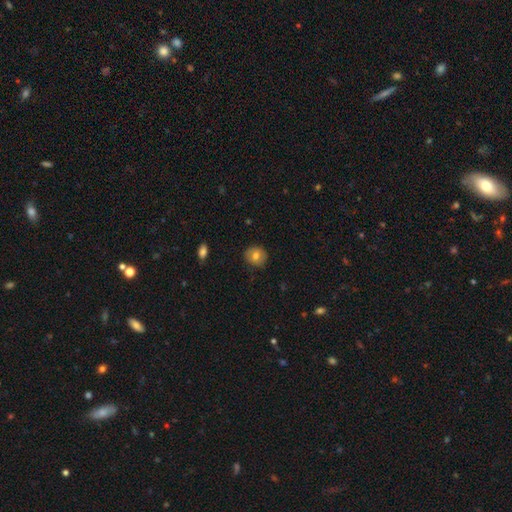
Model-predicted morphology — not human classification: This is likely a smooth galaxy (76%). How rounded: clearly round (83%). Merging: clearly none (85%).